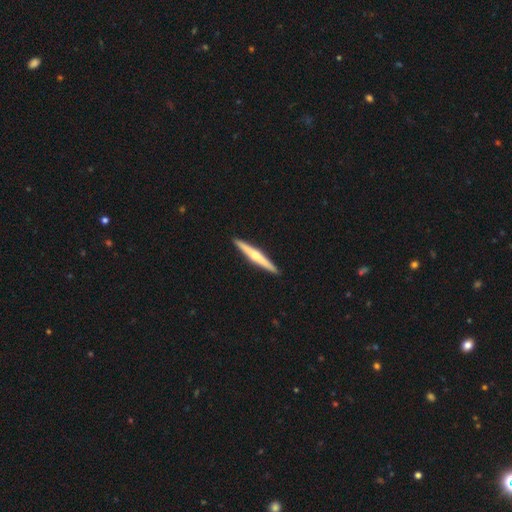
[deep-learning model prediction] A featured or disk galaxy (63%) viewed edge-on (98%) with a rounded central bulge (85%). Merging: none (93%).